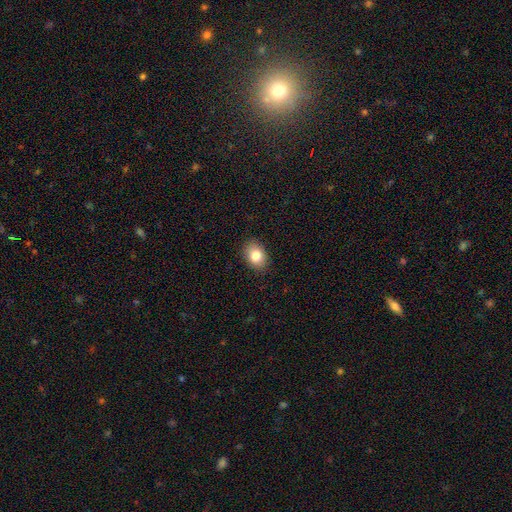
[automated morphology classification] Q: Smooth or featured?
A: smooth (82%); runner-up: featured or disk (9%)
Q: How rounded?
A: in between (71%); runner-up: round (28%)
Q: Merging?
A: none (88%); runner-up: minor disturbance (9%)